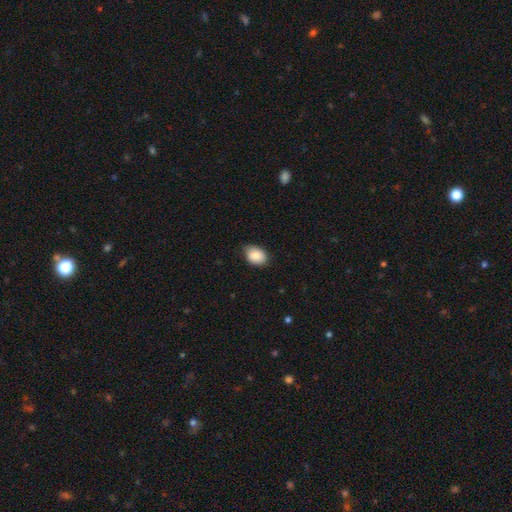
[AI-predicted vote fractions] Smooth or featured: smooth — 86% (star or artifact — 7%)
How rounded: in between — 77% (round — 22%)
Merging: none — 73% (minor disturbance — 23%)